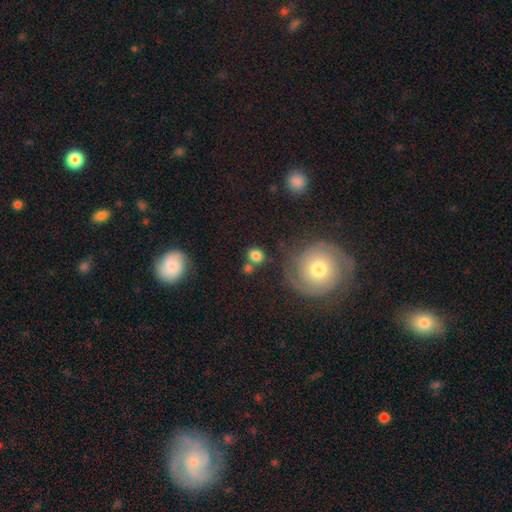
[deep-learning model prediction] This appears to be a smooth galaxy with no disk features (80%) that is round (71%). Merging: none (65%).